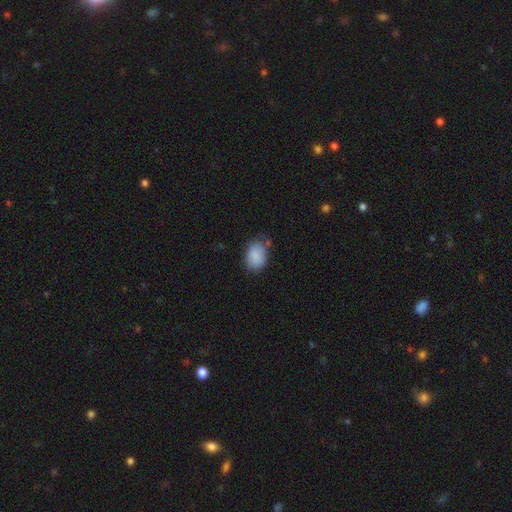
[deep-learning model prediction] Smooth or featured?
  - smooth: 86% *
  - star or artifact: 7%
  - featured or disk: 6%
How rounded?
  - in between: 74% *
  - round: 25%
  - cigar-shaped: 1%
Merging?
  - none: 66% *
  - minor disturbance: 24%
  - major disturbance: 6%
  - merger: 5%